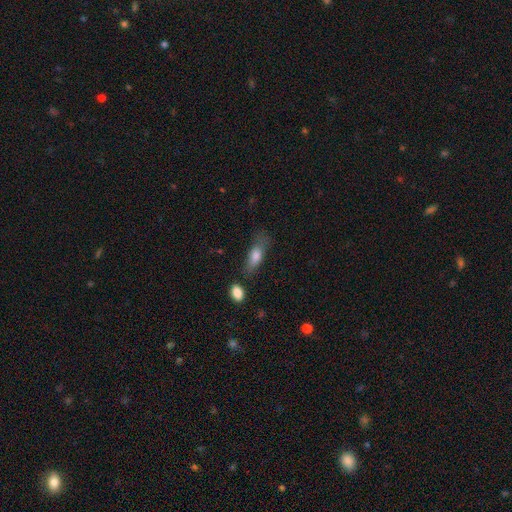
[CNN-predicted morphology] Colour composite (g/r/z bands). It shows a smooth galaxy with no disk features (77%) that is in between round and cigar-shaped (68%). Merging: none (50%).